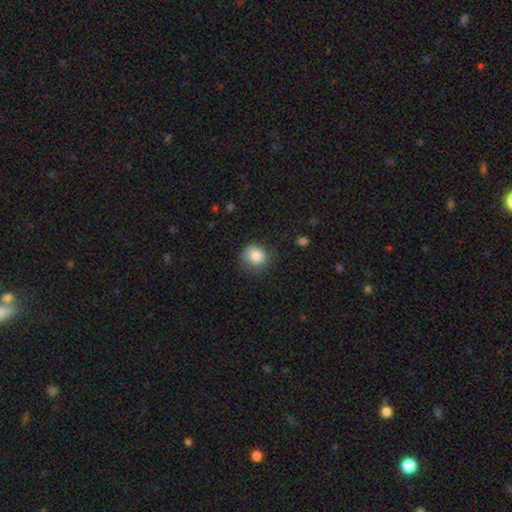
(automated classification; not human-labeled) Smooth or featured? Predicted: smooth (p=0.81). How rounded? Predicted: round (p=0.83). Merging? Predicted: none (p=0.64).